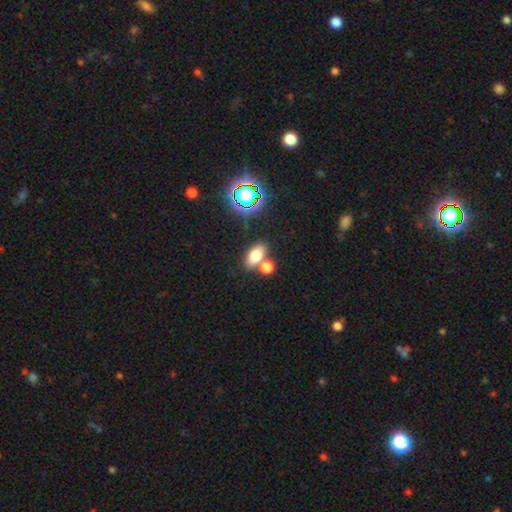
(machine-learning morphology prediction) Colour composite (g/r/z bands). It shows a smooth galaxy with no disk features (73%) that is in between round and cigar-shaped (84%). Merging: none (59%).